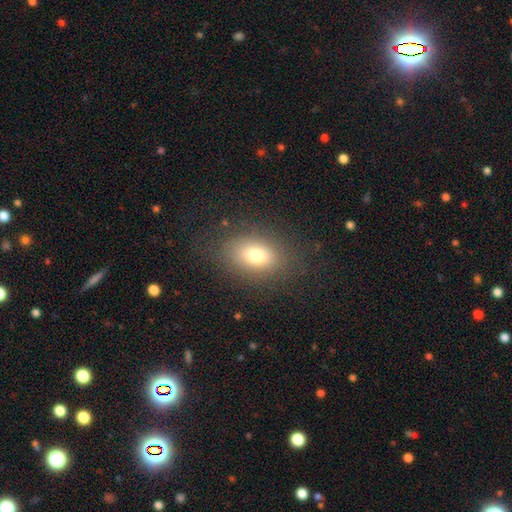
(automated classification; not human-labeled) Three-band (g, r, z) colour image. It shows a smooth galaxy with no disk features (74%) that is in between round and cigar-shaped (78%). Merging: none (80%).